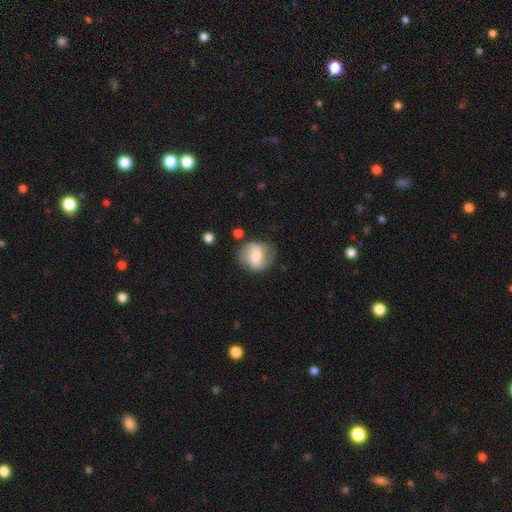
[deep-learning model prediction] smooth-or-featured: featured or disk: 47% | smooth: 46% | star or artifact: 7%
  merging: none: 70% | minor disturbance: 19% | major disturbance: 7% | merger: 3%